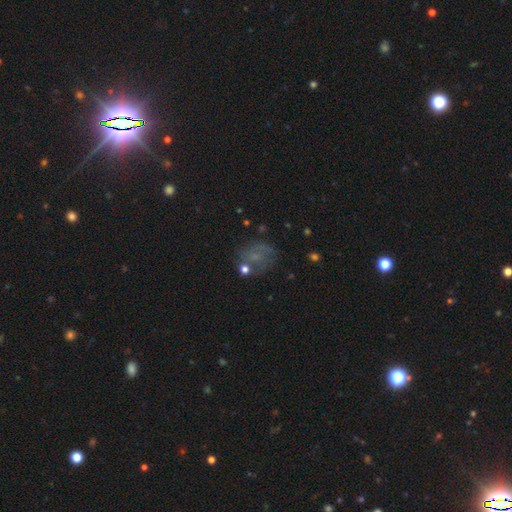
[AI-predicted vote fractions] Overall: smooth (42%; featured or disk 32%). Merging: none (53%; minor disturbance 21%).